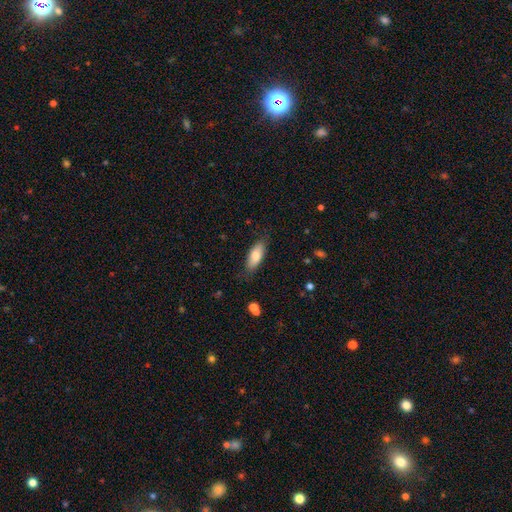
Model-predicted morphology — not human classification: Q: Smooth or featured?
A: smooth (79%); runner-up: featured or disk (15%)
Q: How rounded?
A: in between (73%); runner-up: cigar-shaped (25%)
Q: Merging?
A: none (78%); runner-up: minor disturbance (17%)